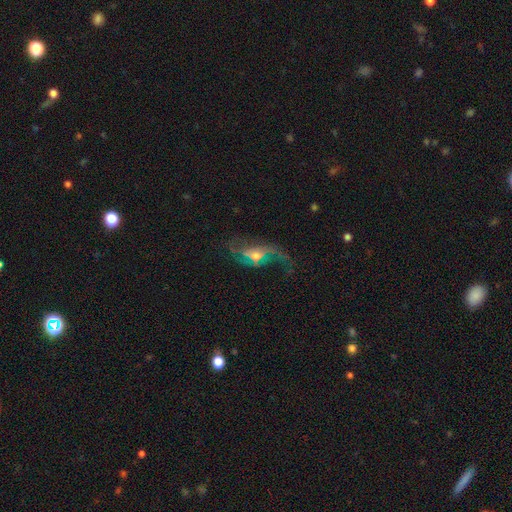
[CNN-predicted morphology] Q: Smooth or featured?
A: featured or disk (78%); runner-up: smooth (13%)
Q: Edge-on disk?
A: no (91%); runner-up: yes (9%)
Q: Bar?
A: weak (45%); runner-up: no (40%)
Q: Spiral arms?
A: yes (87%); runner-up: no (13%)
Q: Spiral winding?
A: loose (75%); runner-up: medium (20%)
Q: Spiral arm count?
A: 2 (63%); runner-up: 1 (17%)
Q: Bulge size?
A: moderate (50%); runner-up: small (34%)
Q: Merging?
A: none (46%); runner-up: major disturbance (33%)